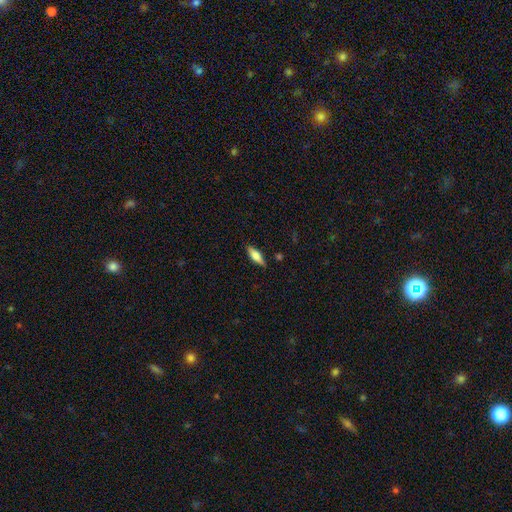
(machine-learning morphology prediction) Smooth or featured?
  - smooth: 62% *
  - featured or disk: 31%
  - star or artifact: 7%
How rounded?
  - in between: 57% *
  - cigar-shaped: 40%
  - round: 3%
Merging?
  - none: 85% *
  - minor disturbance: 12%
  - major disturbance: 2%
  - merger: 1%